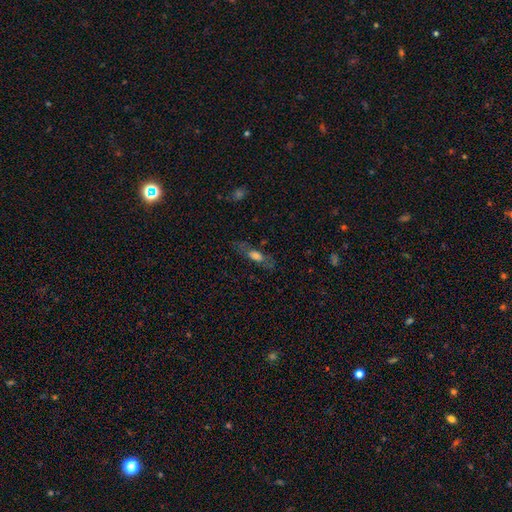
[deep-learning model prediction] A smooth galaxy with no disk features (52%) that is in between round and cigar-shaped (53%). Merging: none (72%).